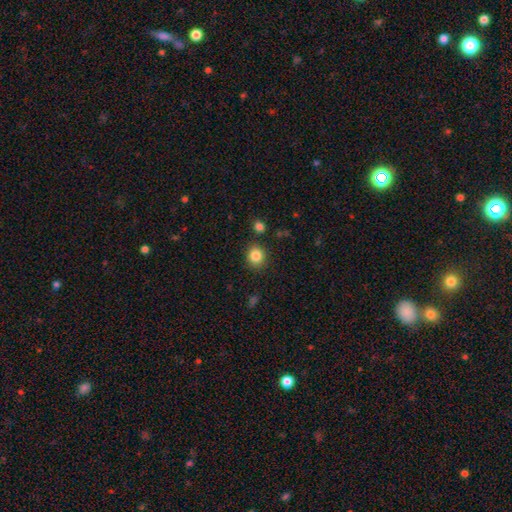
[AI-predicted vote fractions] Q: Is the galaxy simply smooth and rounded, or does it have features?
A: smooth — 85%.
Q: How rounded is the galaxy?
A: round — 82%.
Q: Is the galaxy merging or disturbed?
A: none — 85%.